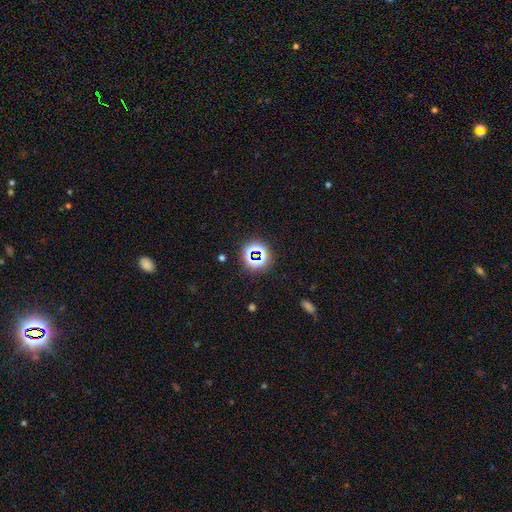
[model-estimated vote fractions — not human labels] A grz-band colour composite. It shows a star or artifact, not a galaxy (67%).